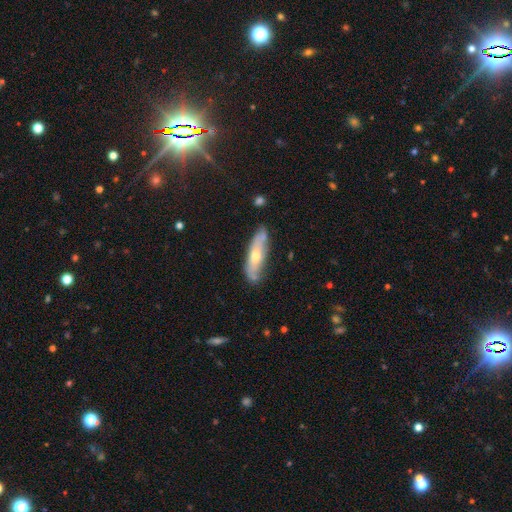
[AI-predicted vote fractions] featured or disk 55%, smooth 38%, star or artifact 7%. Down the decision tree: edge-on disk — no (54%); merging — none (72%).